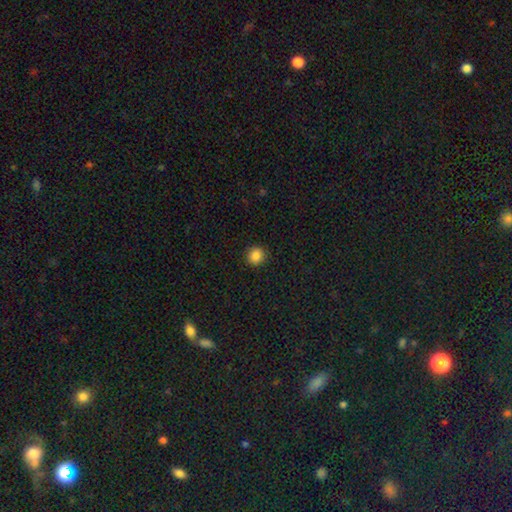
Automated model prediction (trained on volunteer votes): Smooth or featured: smooth — 86% (star or artifact — 10%)
How rounded: round — 89% (in between — 10%)
Merging: none — 91% (minor disturbance — 6%)